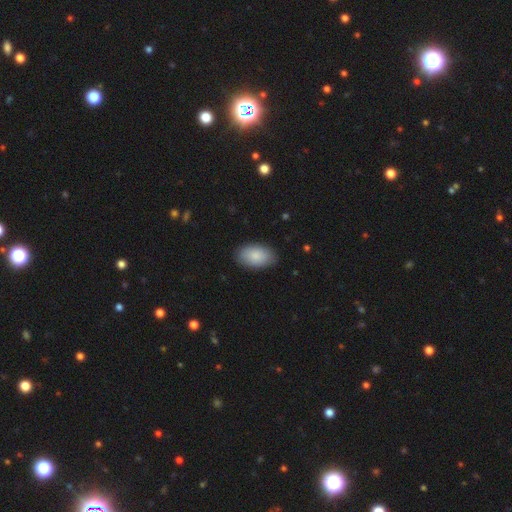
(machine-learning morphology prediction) This is clearly a smooth galaxy (87%). How rounded: clearly in between (94%). Merging: clearly none (86%).